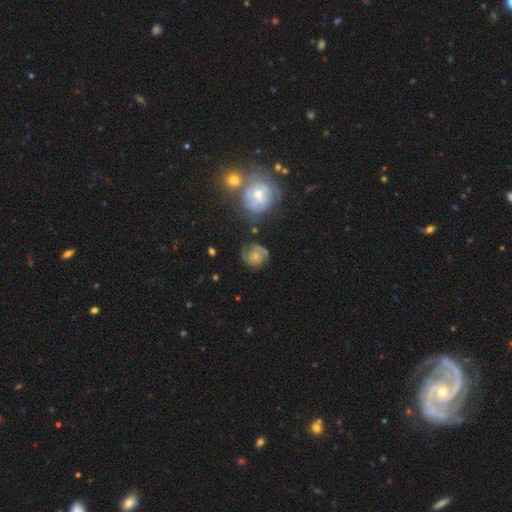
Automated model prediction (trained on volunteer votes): smooth_or_featured: featured or disk (p=0.61) [alt: smooth p=0.31]
disk_edge_on: no (p=0.97) [alt: yes p=0.03]
bar: no (p=0.74) [alt: weak p=0.22]
has_spiral_arms: yes (p=0.89) [alt: no p=0.11]
spiral_winding: tight (p=0.49) [alt: medium p=0.38]
spiral_arm_count: 2 (p=0.46) [alt: can't tell p=0.23]
bulge_size: small (p=0.56) [alt: moderate p=0.33]
merging: none (p=0.60) [alt: minor disturbance p=0.21]